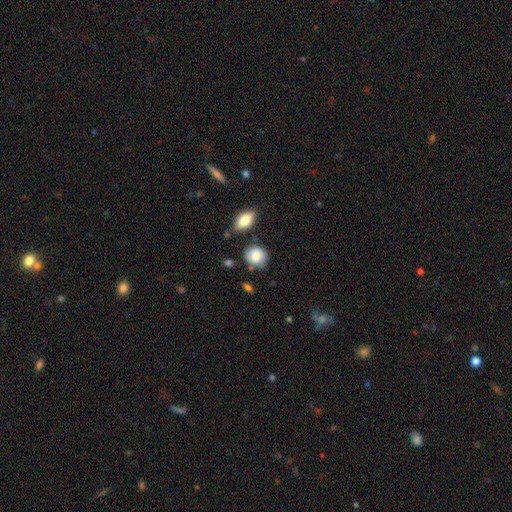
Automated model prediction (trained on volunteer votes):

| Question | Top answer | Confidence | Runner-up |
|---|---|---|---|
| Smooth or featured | smooth | 82% | featured or disk (11%) |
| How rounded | round | 71% | in between (28%) |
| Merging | none | 68% | minor disturbance (22%) |